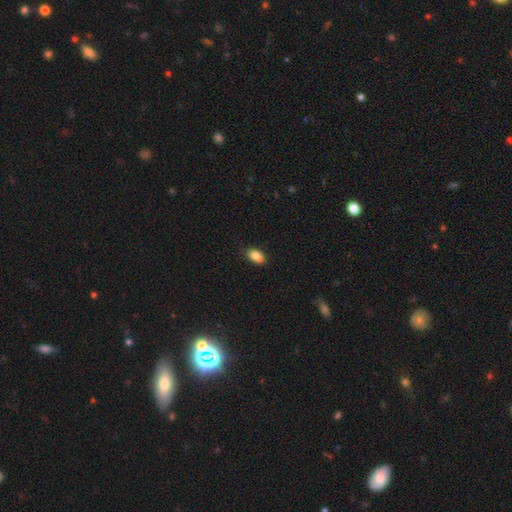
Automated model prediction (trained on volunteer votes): A smooth galaxy with no disk features (84%) that is in between round and cigar-shaped (90%).

Vote fractions:
- Smooth or featured? smooth: 84% / star or artifact: 8% / featured or disk: 8%
- How rounded? in between: 90% / round: 7% / cigar-shaped: 3%
- Merging? none: 79% / minor disturbance: 17% / major disturbance: 3% / merger: 1%